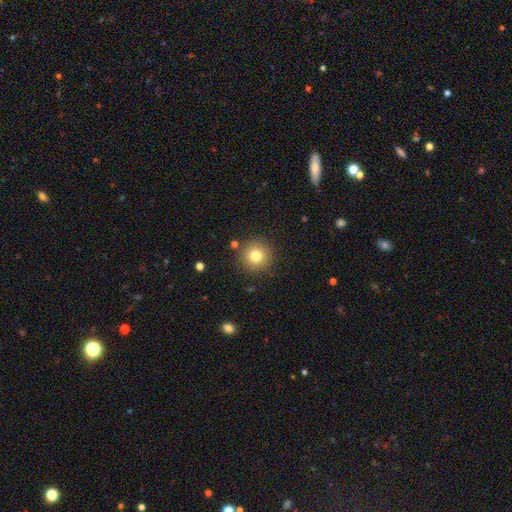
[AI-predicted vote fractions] This appears to be a smooth galaxy with no disk features (79%) that is round (95%). Merging: none (88%).